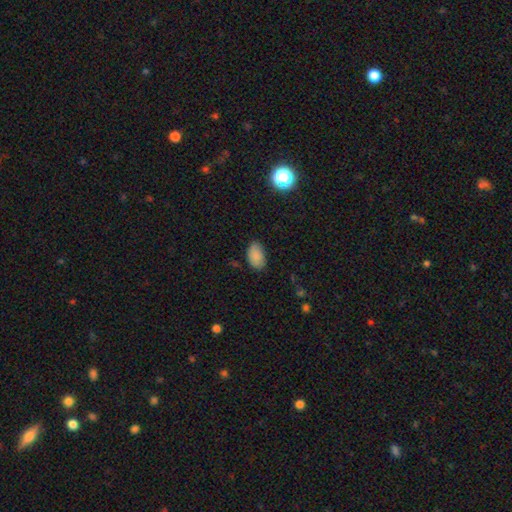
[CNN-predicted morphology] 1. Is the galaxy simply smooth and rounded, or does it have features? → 85% smooth, 10% star or artifact, 5% featured or disk.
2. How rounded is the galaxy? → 92% in between, 7% round, 1% cigar-shaped.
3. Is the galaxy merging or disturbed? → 78% none, 18% minor disturbance, 3% major disturbance, 1% merger.